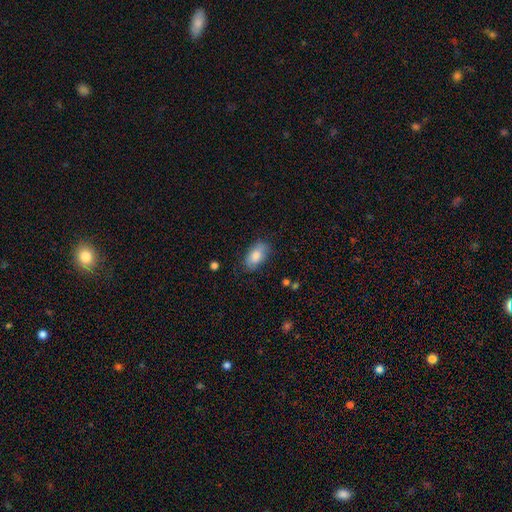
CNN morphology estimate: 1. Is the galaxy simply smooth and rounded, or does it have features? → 84% smooth, 10% featured or disk, 7% star or artifact.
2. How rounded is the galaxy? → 93% in between, 4% round, 3% cigar-shaped.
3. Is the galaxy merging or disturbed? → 76% none, 18% minor disturbance, 5% major disturbance, 1% merger.